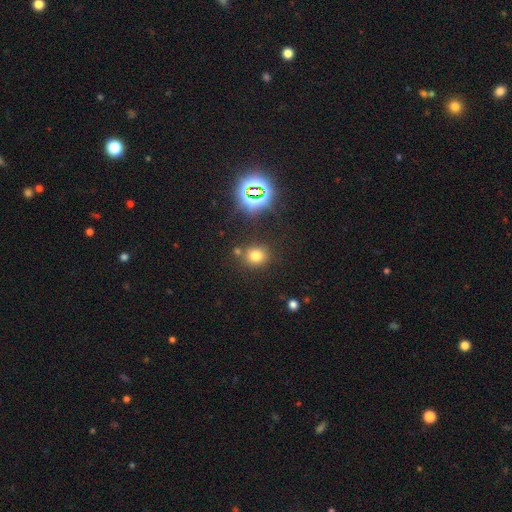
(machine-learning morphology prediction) type=smooth (71%); roundness=round (77%); merging=none (77%).